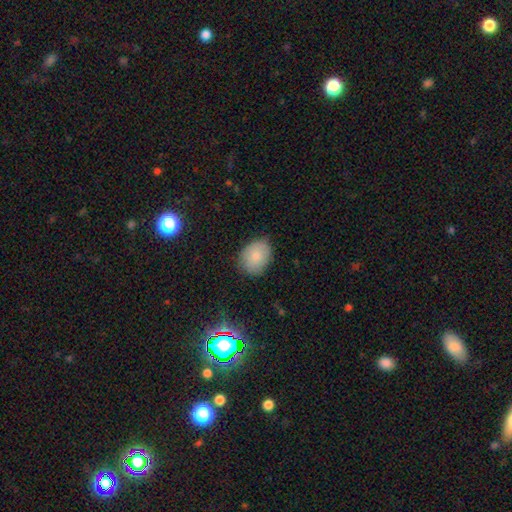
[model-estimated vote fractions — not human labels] This appears to be a smooth galaxy with no disk features (83%) that is in between round and cigar-shaped (61%). Merging: none (77%).